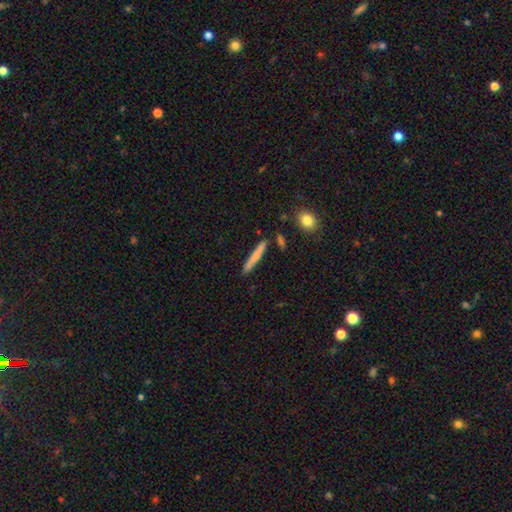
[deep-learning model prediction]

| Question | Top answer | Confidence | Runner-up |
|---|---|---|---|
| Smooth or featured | smooth | 64% | featured or disk (30%) |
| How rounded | cigar-shaped | 95% | in between (4%) |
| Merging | none | 86% | minor disturbance (9%) |